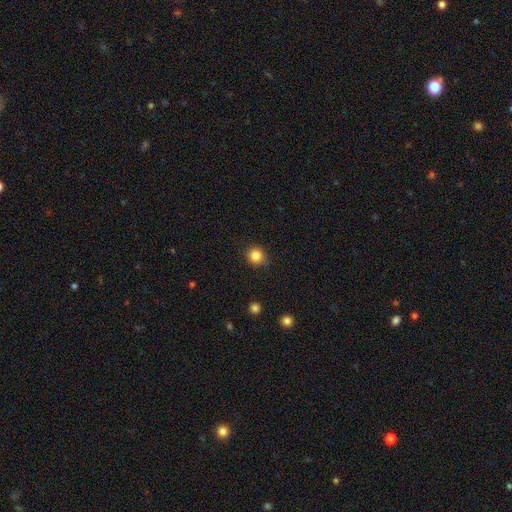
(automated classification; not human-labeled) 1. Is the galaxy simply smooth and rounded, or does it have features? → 85% smooth, 11% star or artifact, 5% featured or disk.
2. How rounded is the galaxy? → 88% round, 11% in between, 1% cigar-shaped.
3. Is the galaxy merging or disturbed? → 88% none, 8% minor disturbance, 2% major disturbance, 1% merger.